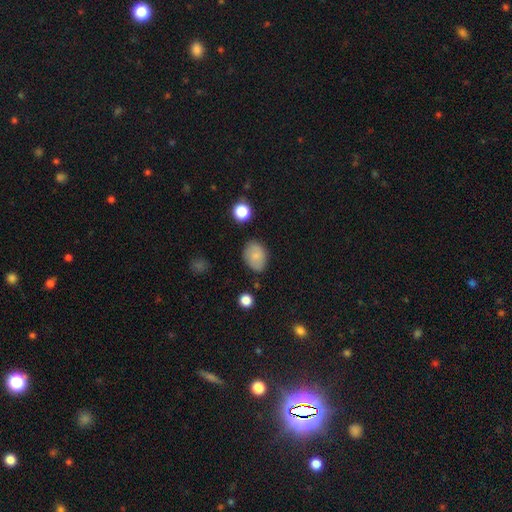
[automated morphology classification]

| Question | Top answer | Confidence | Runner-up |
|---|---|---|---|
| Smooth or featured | smooth | 80% | featured or disk (12%) |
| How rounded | in between | 72% | round (27%) |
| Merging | none | 79% | minor disturbance (16%) |